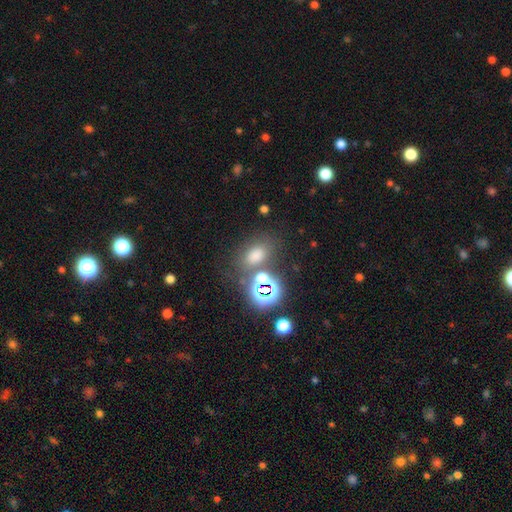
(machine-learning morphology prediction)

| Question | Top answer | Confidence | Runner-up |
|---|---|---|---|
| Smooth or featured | smooth | 60% | star or artifact (32%) |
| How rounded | in between | 64% | round (33%) |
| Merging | none | 67% | merger (15%) |